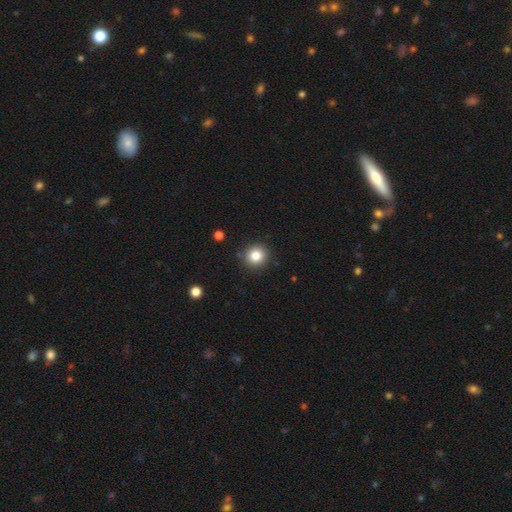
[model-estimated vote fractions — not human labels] Smooth or featured? smooth (83%)
How rounded? round (90%)
Merging? none (89%)